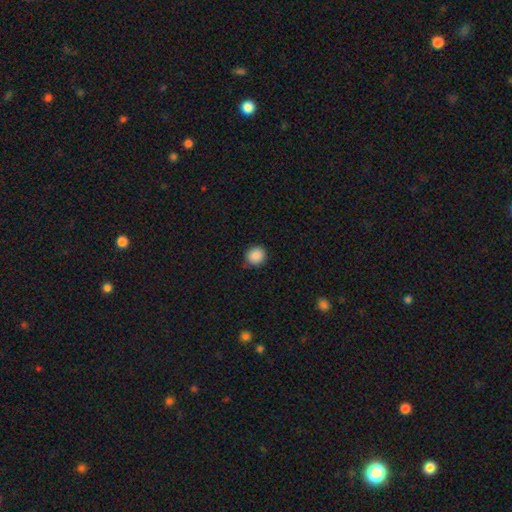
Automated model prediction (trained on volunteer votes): Smooth or featured? smooth (88%)
How rounded? round (90%)
Merging? none (86%)